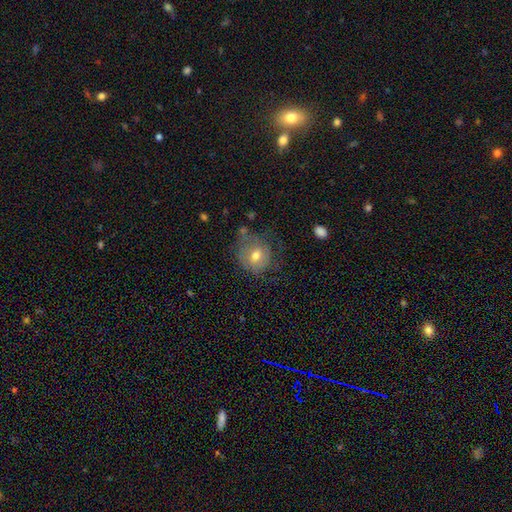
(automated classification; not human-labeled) This is possibly a smooth galaxy (59%). How rounded: likely round (76%). Merging: possibly none (54%).